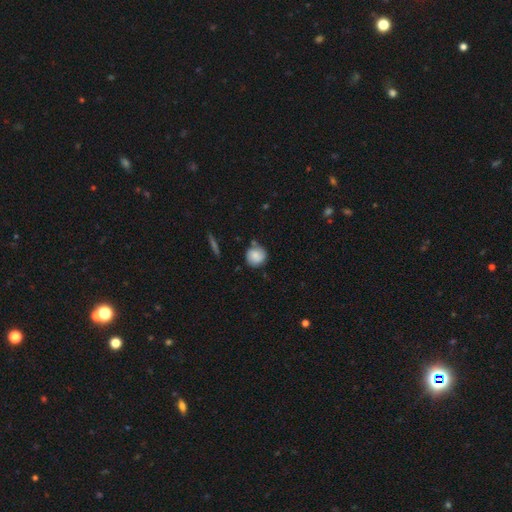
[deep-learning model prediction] smooth-or-featured: smooth: 65% | featured or disk: 27% | star or artifact: 8%
  how-rounded: round: 88% | in between: 11% | cigar-shaped: 1%
  merging: none: 70% | minor disturbance: 19% | merger: 6% | major disturbance: 4%